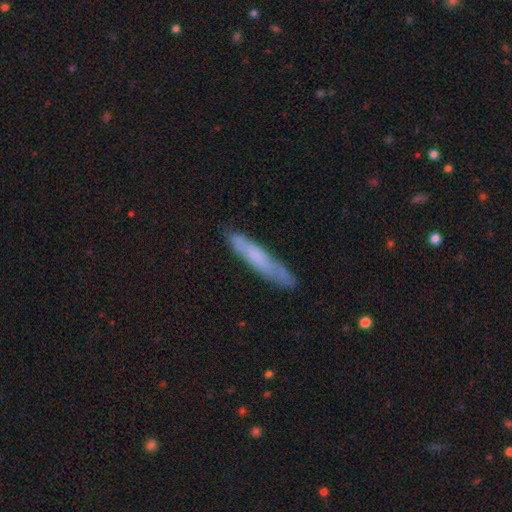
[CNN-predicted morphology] This is possibly a smooth galaxy (57%). How rounded: clearly cigar-shaped (92%). Merging: clearly none (81%).